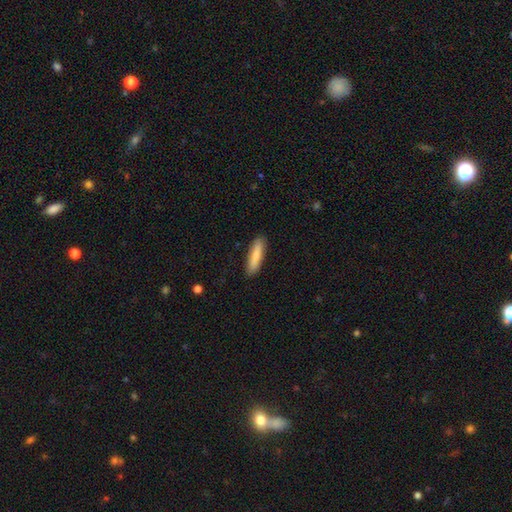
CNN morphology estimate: Smooth or featured?
  - smooth: 82% *
  - featured or disk: 12%
  - star or artifact: 6%
How rounded?
  - cigar-shaped: 75% *
  - in between: 23%
  - round: 1%
Merging?
  - none: 88% *
  - minor disturbance: 9%
  - major disturbance: 2%
  - merger: 1%